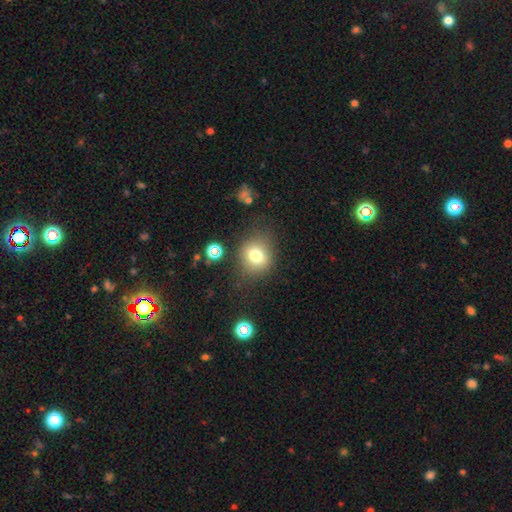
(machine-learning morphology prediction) This is likely a smooth galaxy (74%). How rounded: likely round (70%). Merging: likely none (74%).